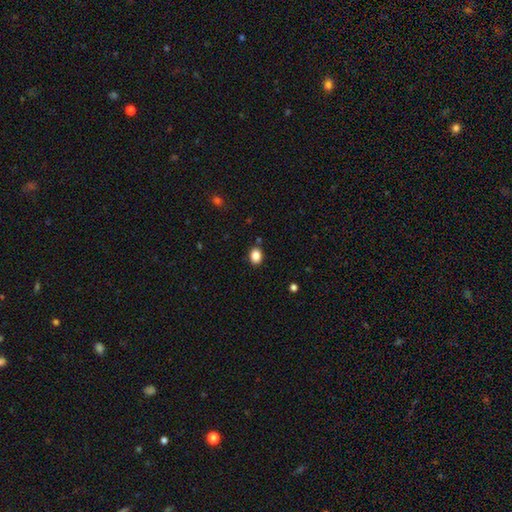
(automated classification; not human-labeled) Morphology: type=smooth (86%); roundness=in between (63%); merging=none (87%).